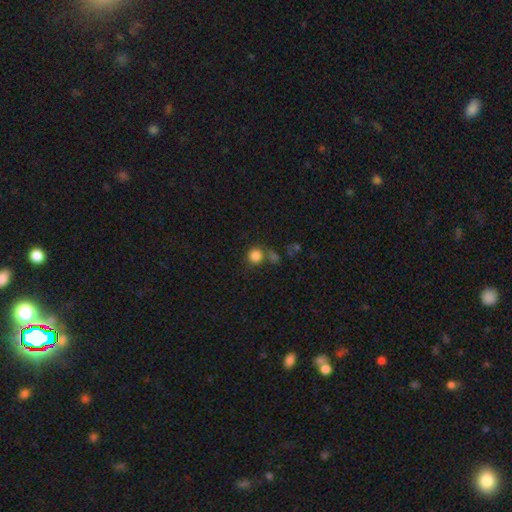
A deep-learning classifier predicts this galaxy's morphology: Smooth or featured: smooth — 83% (star or artifact — 12%)
How rounded: round — 92% (in between — 7%)
Merging: none — 68% (merger — 17%)